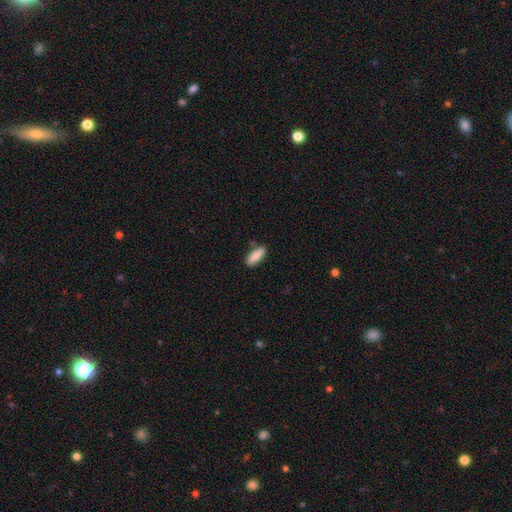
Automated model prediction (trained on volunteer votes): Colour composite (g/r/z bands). It shows a smooth galaxy with no disk features (86%) that is in between round and cigar-shaped (62%). Merging: none (79%).